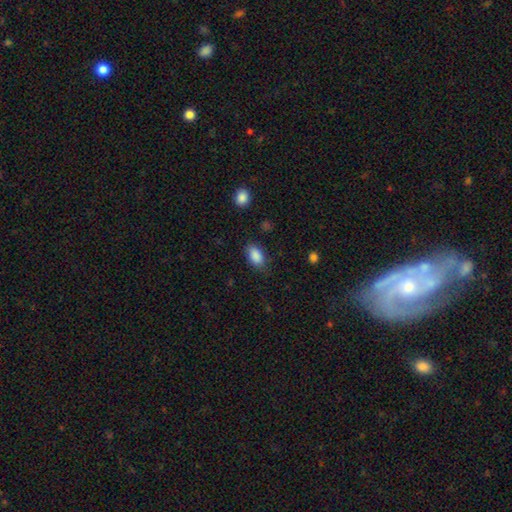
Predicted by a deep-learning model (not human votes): This is clearly a smooth galaxy (88%). How rounded: clearly in between (90%). Merging: likely none (79%).